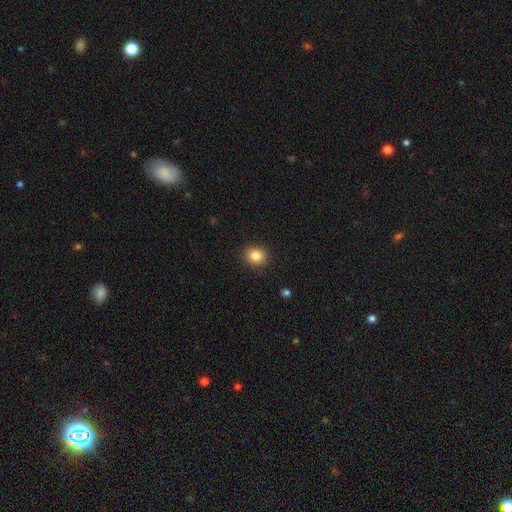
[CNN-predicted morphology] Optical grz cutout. It shows a smooth galaxy with no disk features (85%) that is round (72%). Merging: none (90%).